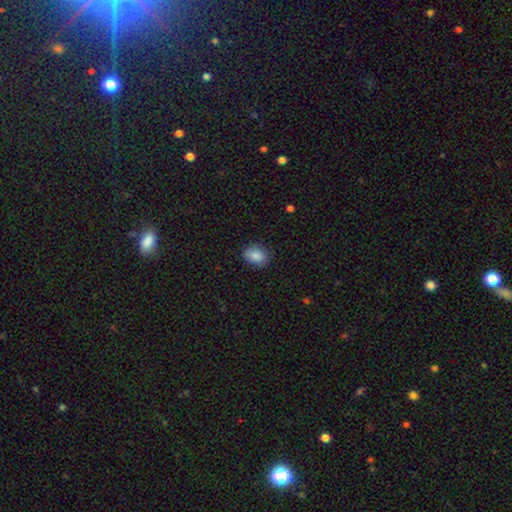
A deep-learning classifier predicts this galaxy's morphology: Smooth or featured? Predicted: smooth (p=0.87). How rounded? Predicted: in between (p=0.66). Merging? Predicted: none (p=0.84).